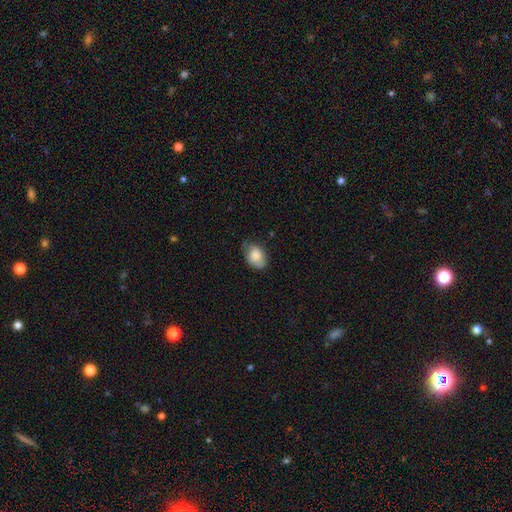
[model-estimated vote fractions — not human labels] smooth_or_featured: smooth (p=0.82) [alt: featured or disk p=0.11]
how_rounded: in between (p=0.75) [alt: round p=0.23]
merging: none (p=0.56) [alt: minor disturbance p=0.35]